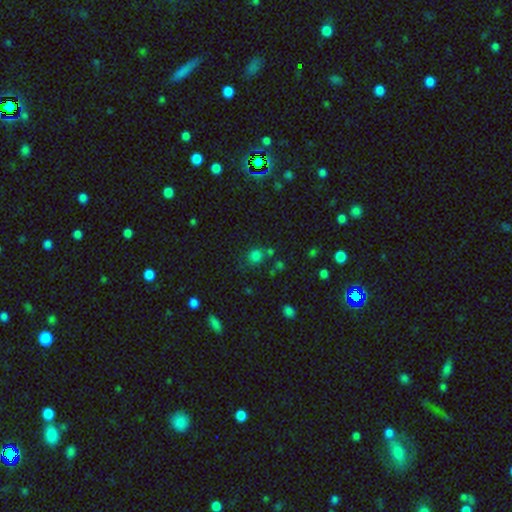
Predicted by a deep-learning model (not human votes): smooth 75%, star or artifact 20%, featured or disk 6%. Down the decision tree: how rounded — round (84%); merging — none (66%).